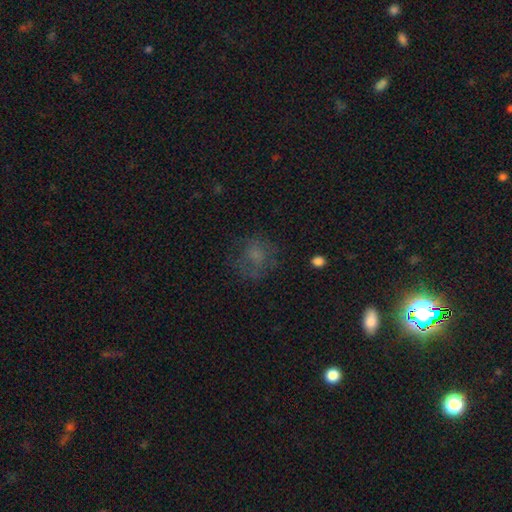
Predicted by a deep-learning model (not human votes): Smooth or featured?
  - smooth: 57% *
  - featured or disk: 24%
  - star or artifact: 19%
How rounded?
  - round: 71% *
  - in between: 27%
  - cigar-shaped: 1%
Merging?
  - none: 60% *
  - minor disturbance: 19%
  - major disturbance: 19%
  - merger: 2%